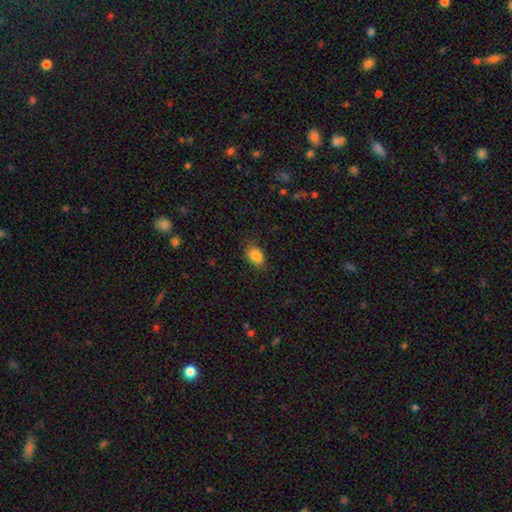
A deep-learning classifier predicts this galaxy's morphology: smooth-or-featured: smooth: 86% | star or artifact: 9% | featured or disk: 5%
  how-rounded: in between: 81% | round: 18% | cigar-shaped: 1%
  merging: none: 85% | minor disturbance: 11% | major disturbance: 3% | merger: 1%